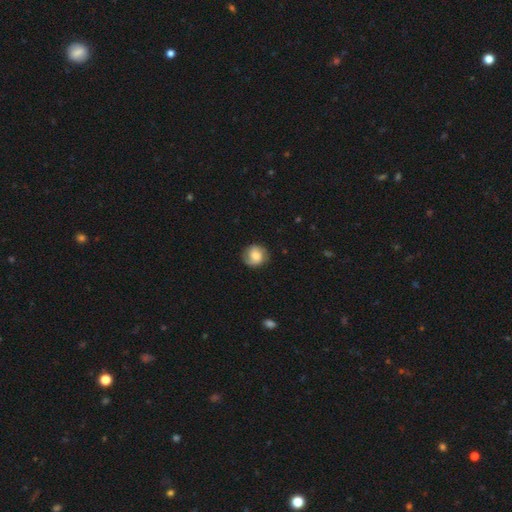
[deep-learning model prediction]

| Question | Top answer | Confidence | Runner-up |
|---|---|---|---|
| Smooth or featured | smooth | 48% | featured or disk (43%) |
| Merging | none | 80% | minor disturbance (14%) |